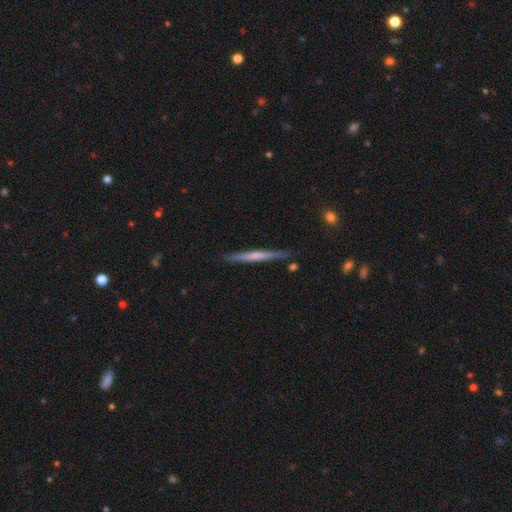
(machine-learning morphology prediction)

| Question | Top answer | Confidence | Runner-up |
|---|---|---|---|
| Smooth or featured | featured or disk | 48% | smooth (46%) |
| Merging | none | 87% | minor disturbance (9%) |